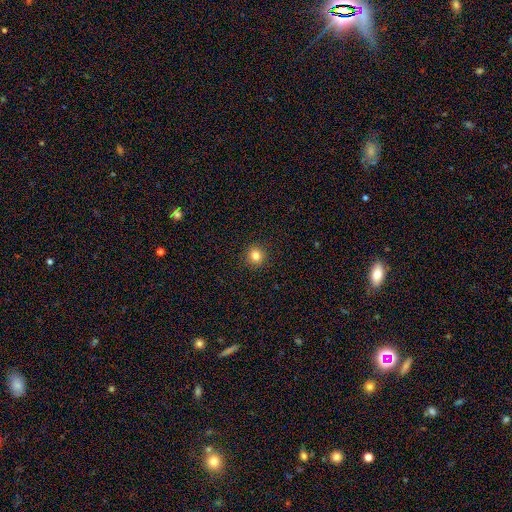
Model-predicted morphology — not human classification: This appears to be a smooth galaxy with no disk features (82%) that is round (92%). Merging: none (92%).